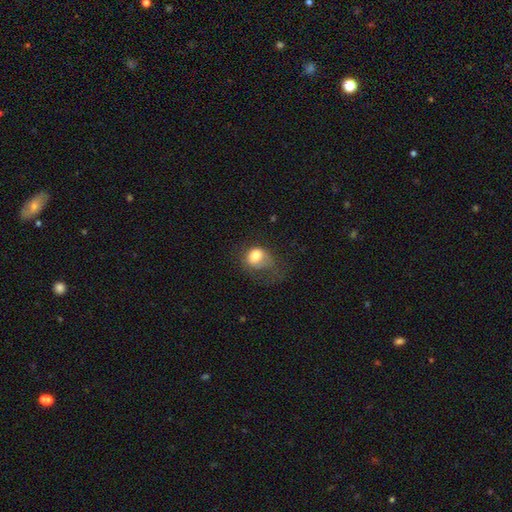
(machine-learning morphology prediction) Smooth or featured?
  - smooth: 75% *
  - featured or disk: 16%
  - star or artifact: 9%
How rounded?
  - in between: 53% *
  - round: 46%
  - cigar-shaped: 1%
Merging?
  - major disturbance: 48% *
  - minor disturbance: 25%
  - none: 24%
  - merger: 3%